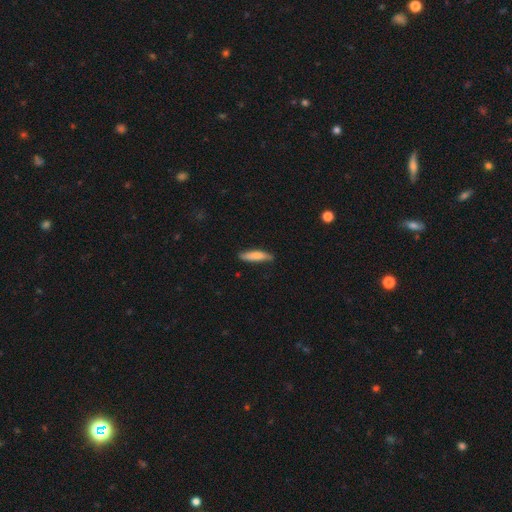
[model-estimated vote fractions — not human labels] A smooth galaxy with no disk features (79%) that is cigar-shaped (79%). Merging: none (81%).